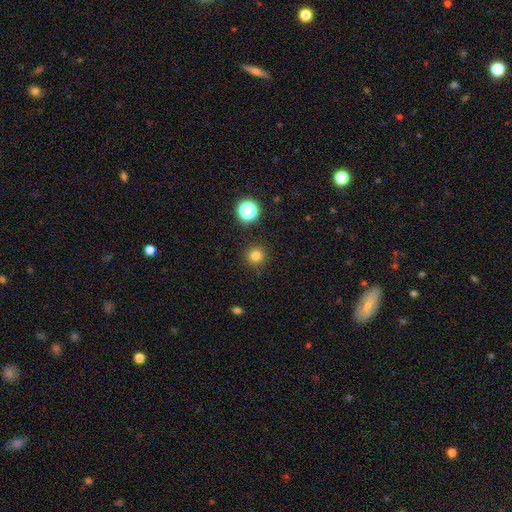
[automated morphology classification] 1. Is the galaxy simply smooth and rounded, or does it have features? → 80% smooth, 15% star or artifact, 5% featured or disk.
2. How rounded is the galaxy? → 95% round, 4% in between, 1% cigar-shaped.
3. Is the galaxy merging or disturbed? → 91% none, 6% minor disturbance, 2% major disturbance, 2% merger.